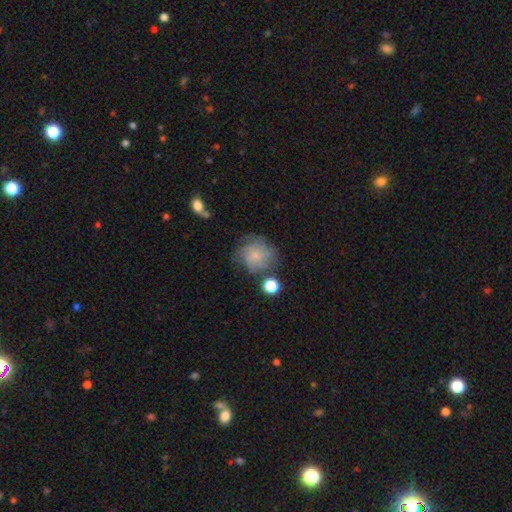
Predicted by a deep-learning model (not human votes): The model was most divided on "smooth or featured": featured or disk: 45%, smooth: 43%, star or artifact: 12%. More confident: merging — none (60%).